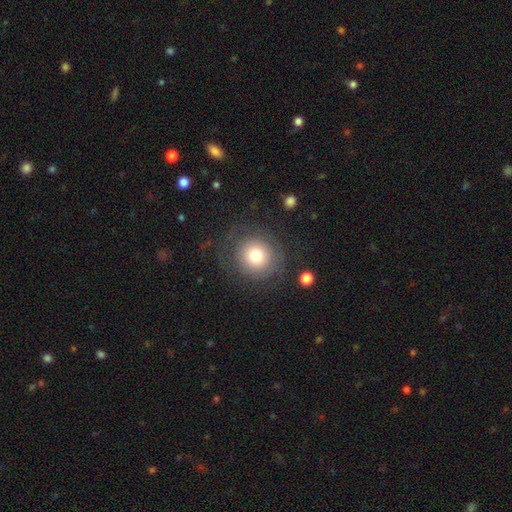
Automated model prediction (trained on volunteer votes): A smooth galaxy with no disk features (69%) that is round (91%). Merging: none (74%).